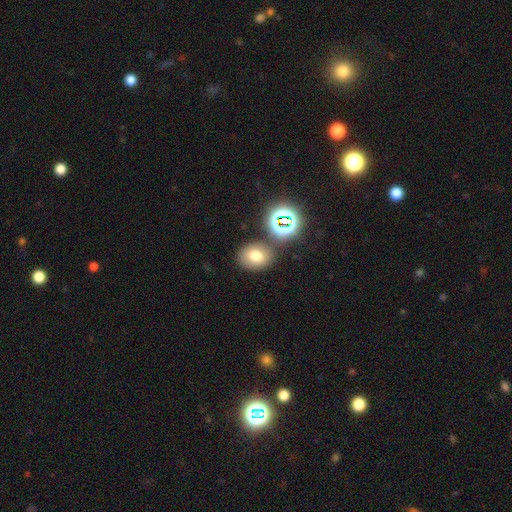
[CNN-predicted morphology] Smooth or featured? Predicted: smooth (p=0.70). How rounded? Predicted: in between (p=0.52). Merging? Predicted: none (p=0.74).